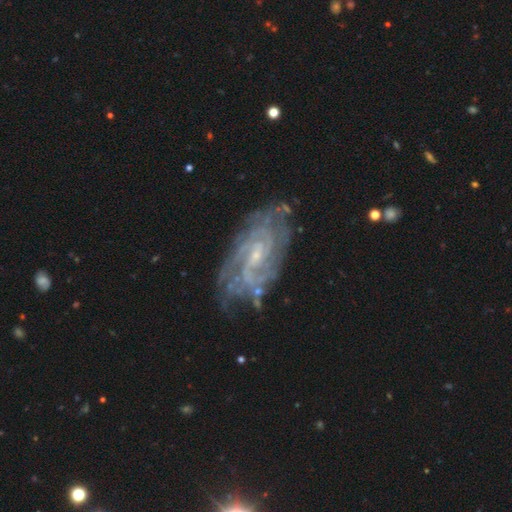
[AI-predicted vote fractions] Q: Smooth or featured?
A: featured or disk (87%); runner-up: smooth (7%)
Q: Edge-on disk?
A: no (95%); runner-up: yes (5%)
Q: Bar?
A: weak (47%); runner-up: no (41%)
Q: Spiral arms?
A: yes (95%); runner-up: no (5%)
Q: Spiral winding?
A: tight (63%); runner-up: medium (30%)
Q: Spiral arm count?
A: can't tell (36%); runner-up: 2 (22%)
Q: Bulge size?
A: small (72%); runner-up: moderate (20%)
Q: Merging?
A: none (74%); runner-up: minor disturbance (17%)